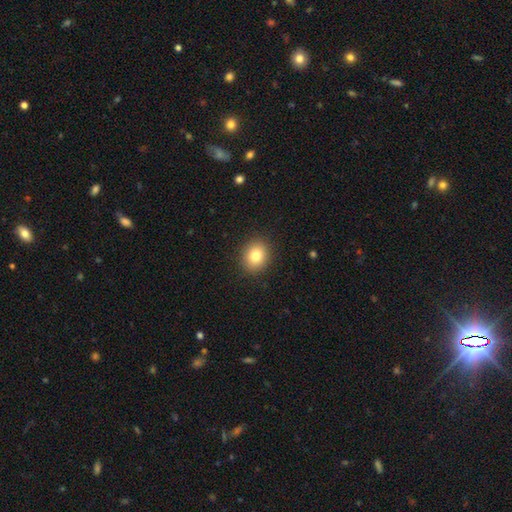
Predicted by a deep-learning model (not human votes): Smooth or featured? smooth (81%)
How rounded? round (71%)
Merging? none (90%)